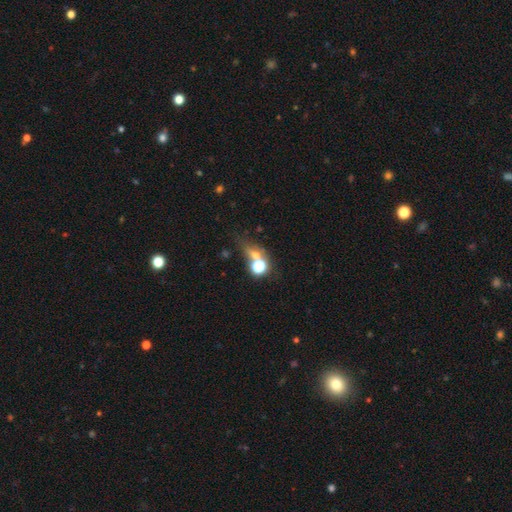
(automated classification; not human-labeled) Smooth or featured: smooth — 53% (star or artifact — 31%)
How rounded: round — 55% (in between — 39%)
Merging: none — 45% (merger — 33%)